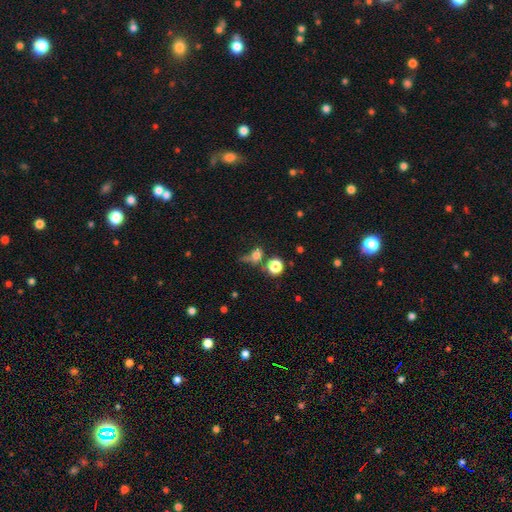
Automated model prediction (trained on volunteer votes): This appears to be a smooth galaxy with no disk features (67%) that is round (61%). Merging: none (41%).